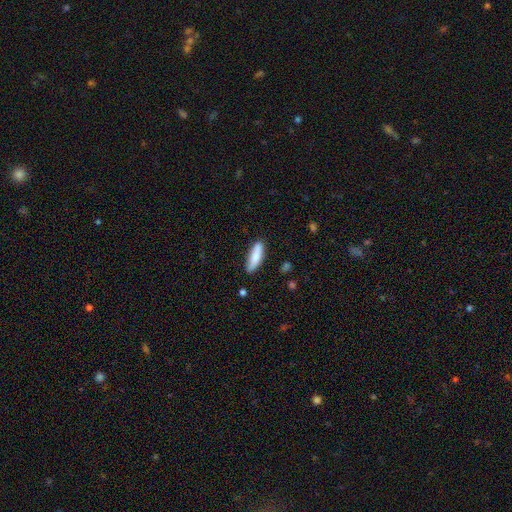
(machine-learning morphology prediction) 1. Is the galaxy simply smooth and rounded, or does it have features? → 82% smooth, 12% featured or disk, 6% star or artifact.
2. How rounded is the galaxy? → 56% cigar-shaped, 43% in between, 2% round.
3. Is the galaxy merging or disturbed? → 82% none, 14% minor disturbance, 2% major disturbance, 2% merger.